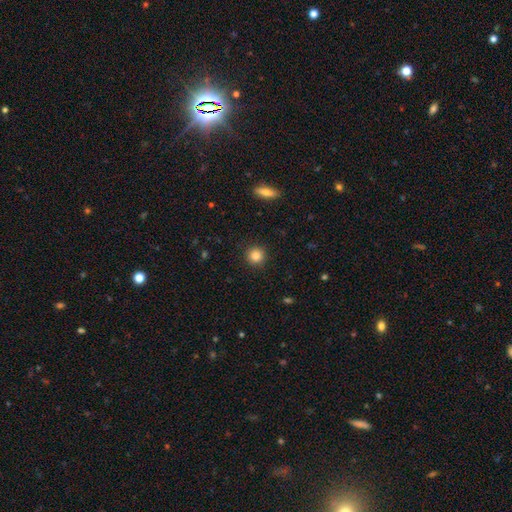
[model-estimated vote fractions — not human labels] The model was most divided on "smooth or featured": smooth: 84%, star or artifact: 10%, featured or disk: 5%. More confident: how rounded — round (94%); merging — none (92%).